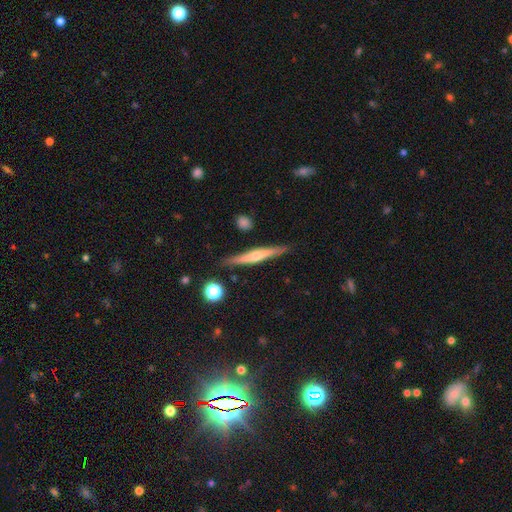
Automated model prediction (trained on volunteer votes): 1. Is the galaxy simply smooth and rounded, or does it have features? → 59% featured or disk, 34% smooth, 7% star or artifact.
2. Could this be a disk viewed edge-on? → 96% yes, 4% no.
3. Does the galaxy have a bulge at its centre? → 73% rounded, 19% none, 8% boxy.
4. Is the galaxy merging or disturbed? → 87% none, 9% minor disturbance, 2% merger, 2% major disturbance.